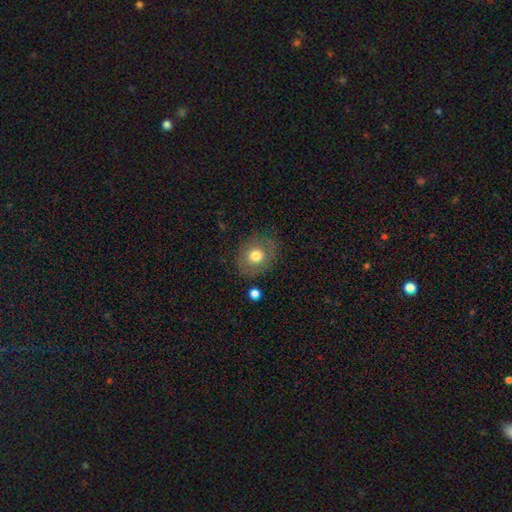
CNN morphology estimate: This appears to be a smooth galaxy with no disk features (74%) that is round (68%). Merging: none (79%).